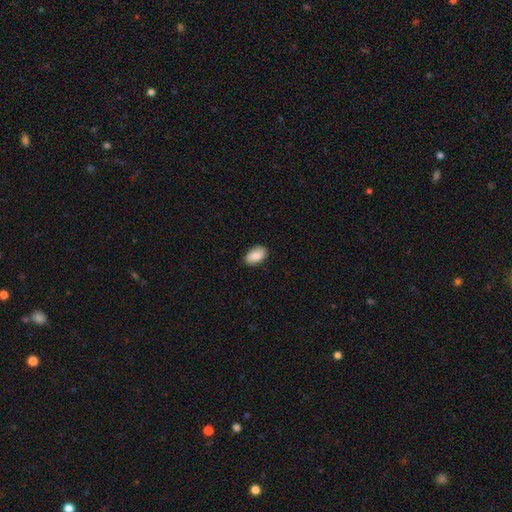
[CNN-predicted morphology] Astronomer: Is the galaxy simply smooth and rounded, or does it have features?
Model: smooth — 85%.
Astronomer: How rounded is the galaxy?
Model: in between — 94%.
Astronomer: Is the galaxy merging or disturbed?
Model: none — 86%.